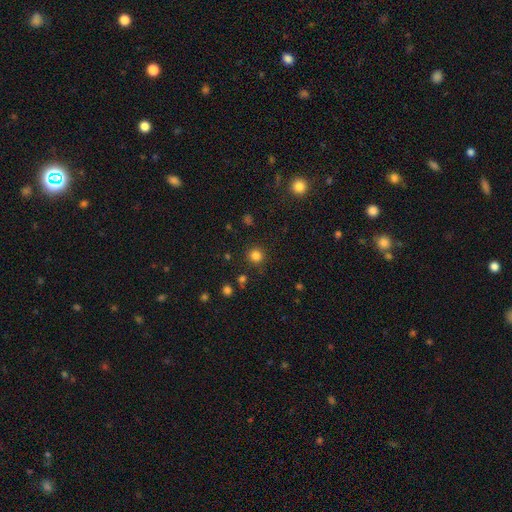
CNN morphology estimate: Smooth or featured? smooth (81%)
How rounded? round (94%)
Merging? none (89%)